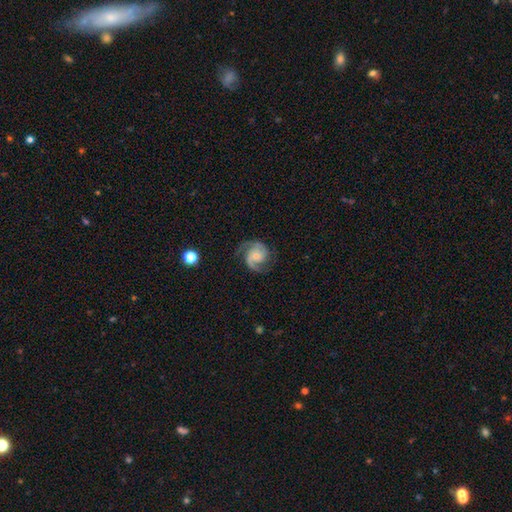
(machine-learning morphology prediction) This appears to be a featured or disk galaxy (87%) with no bar (66%), 2 (83%) medium (53%) spiral arms (97%) and a small central bulge (55%). Merging: none (74%).